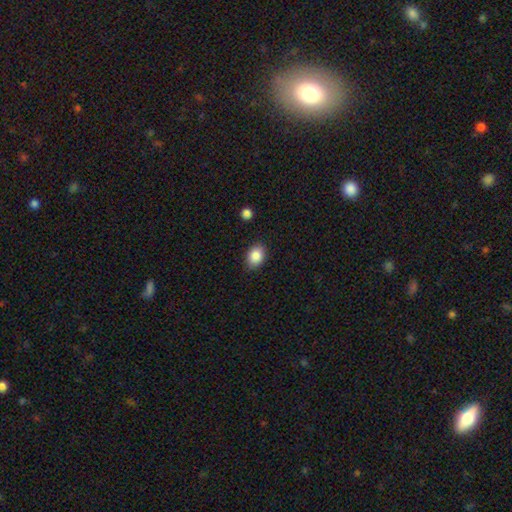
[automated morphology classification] smooth-or-featured: smooth: 86% | star or artifact: 8% | featured or disk: 6%
  how-rounded: in between: 72% | round: 27% | cigar-shaped: 1%
  merging: none: 85% | minor disturbance: 11% | major disturbance: 2% | merger: 2%